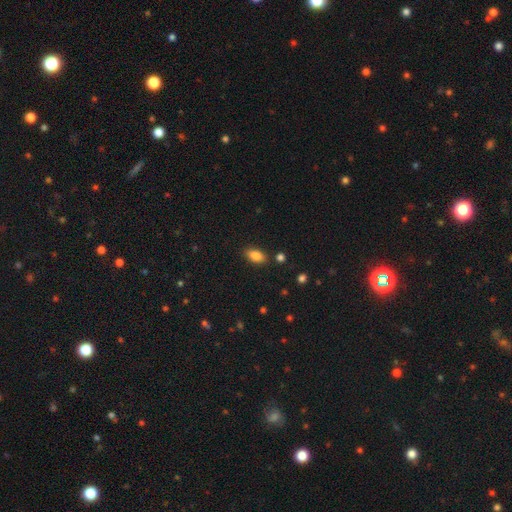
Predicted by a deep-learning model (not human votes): This is clearly a smooth galaxy (86%). How rounded: clearly in between (90%). Merging: clearly none (85%).